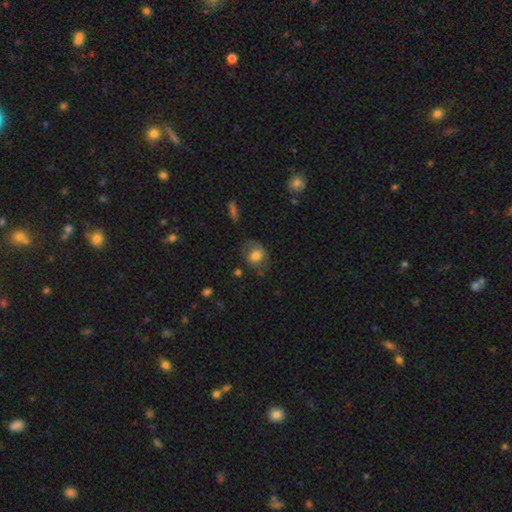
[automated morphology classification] smooth_or_featured: smooth (p=0.68) [alt: featured or disk p=0.23]
how_rounded: round (p=0.53) [alt: in between p=0.46]
merging: none (p=0.58) [alt: minor disturbance p=0.25]